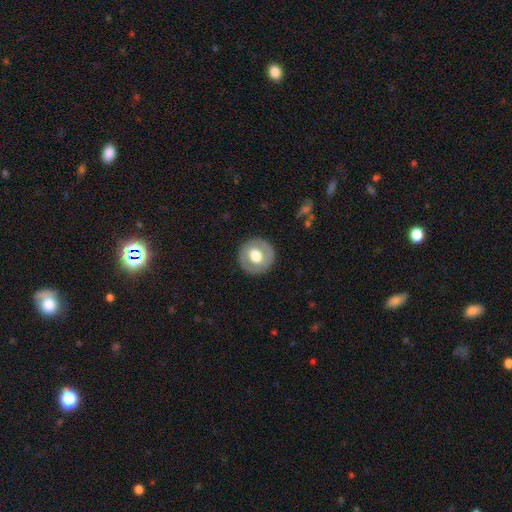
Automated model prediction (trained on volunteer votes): smooth 54%, featured or disk 40%, star or artifact 6%. Down the decision tree: how rounded — round (91%); merging — none (87%).